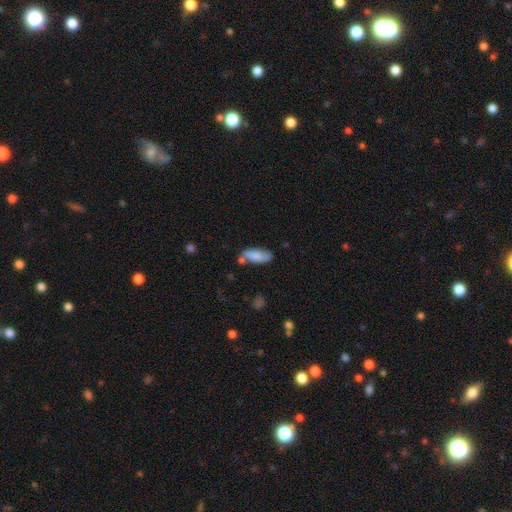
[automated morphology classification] Smooth or featured? Predicted: smooth (p=0.73). How rounded? Predicted: in between (p=0.71). Merging? Predicted: none (p=0.64).